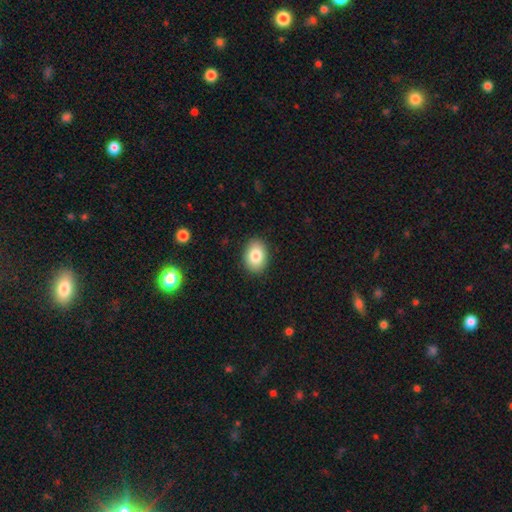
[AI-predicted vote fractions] A smooth galaxy with no disk features (84%) that is in between round and cigar-shaped (78%).

Vote fractions:
- Smooth or featured? smooth: 84% / featured or disk: 8% / star or artifact: 8%
- How rounded? in between: 78% / round: 21% / cigar-shaped: 1%
- Merging? none: 89% / minor disturbance: 8% / major disturbance: 2% / merger: 1%